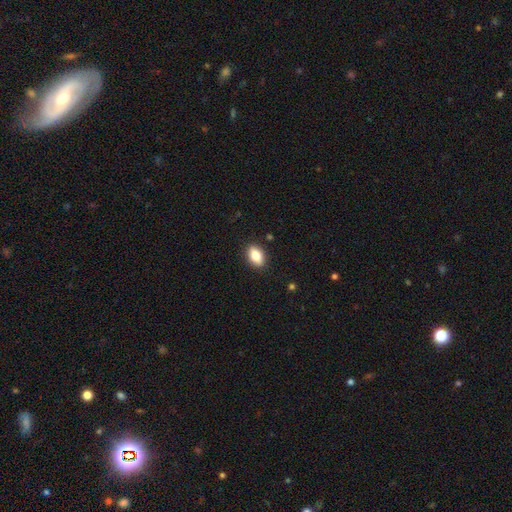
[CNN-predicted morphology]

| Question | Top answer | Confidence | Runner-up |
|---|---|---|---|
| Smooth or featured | smooth | 79% | featured or disk (14%) |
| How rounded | in between | 86% | round (10%) |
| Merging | none | 87% | minor disturbance (10%) |